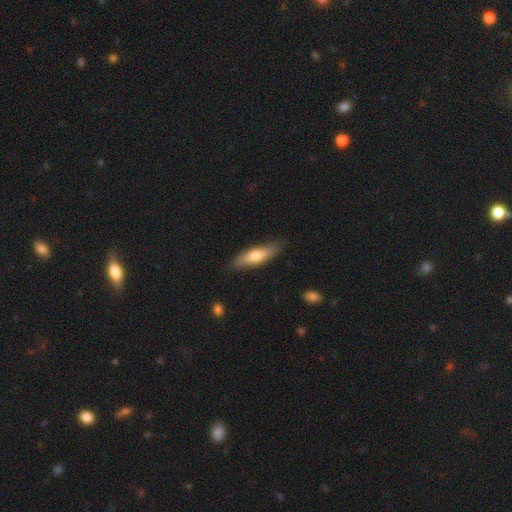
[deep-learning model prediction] smooth 67%, featured or disk 28%, star or artifact 5%. Down the decision tree: how rounded — cigar-shaped (52%); merging — none (79%).